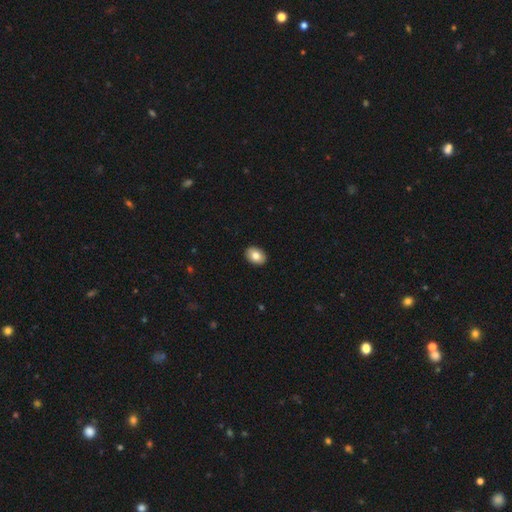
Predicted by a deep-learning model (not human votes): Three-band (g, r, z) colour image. It shows a smooth galaxy with no disk features (81%) that is in between round and cigar-shaped (79%). Merging: none (91%).